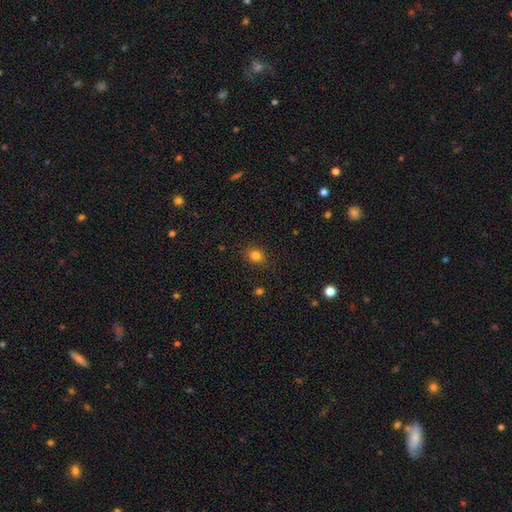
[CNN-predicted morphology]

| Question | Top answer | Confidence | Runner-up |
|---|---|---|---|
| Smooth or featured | smooth | 82% | star or artifact (13%) |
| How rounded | round | 67% | in between (32%) |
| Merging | none | 87% | minor disturbance (9%) |